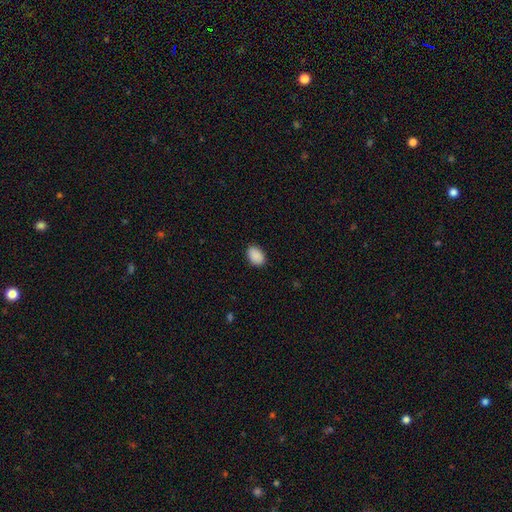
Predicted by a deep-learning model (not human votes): Smooth or featured? smooth (90%)
How rounded? in between (86%)
Merging? none (87%)